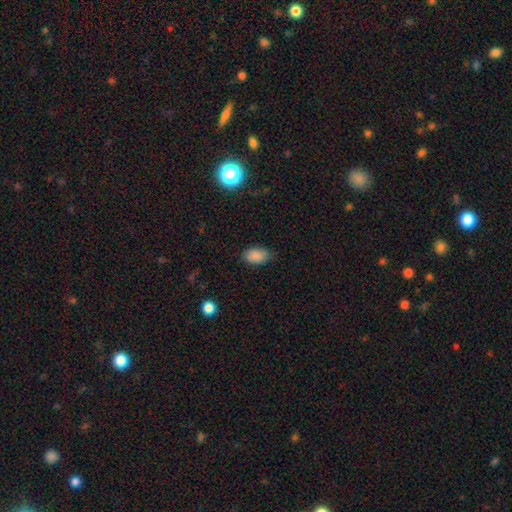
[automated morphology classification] Smooth or featured? Predicted: smooth (p=0.87). How rounded? Predicted: in between (p=0.90). Merging? Predicted: none (p=0.78).